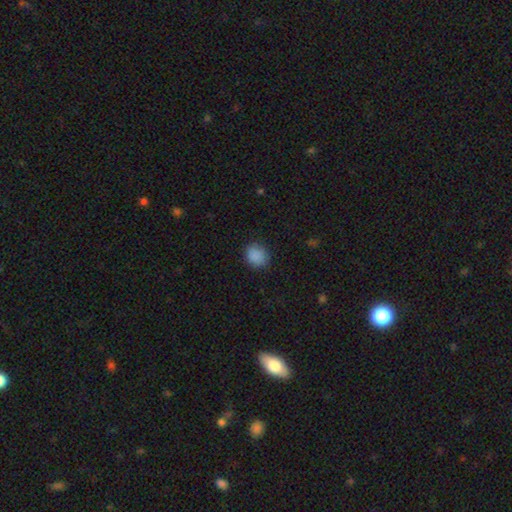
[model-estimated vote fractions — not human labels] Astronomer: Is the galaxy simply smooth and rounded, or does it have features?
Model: smooth — 87%.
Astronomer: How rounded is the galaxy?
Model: round — 66%.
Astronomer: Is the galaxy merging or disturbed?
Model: none — 84%.